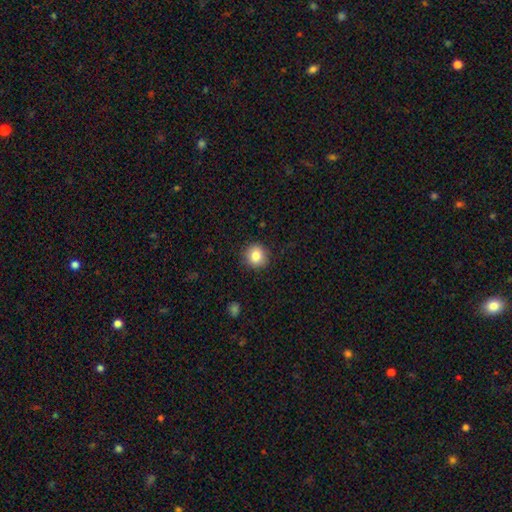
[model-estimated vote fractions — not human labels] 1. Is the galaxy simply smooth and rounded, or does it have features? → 84% smooth, 9% star or artifact, 6% featured or disk.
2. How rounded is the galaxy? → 91% round, 8% in between, 1% cigar-shaped.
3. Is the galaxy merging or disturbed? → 90% none, 7% minor disturbance, 2% major disturbance, 1% merger.